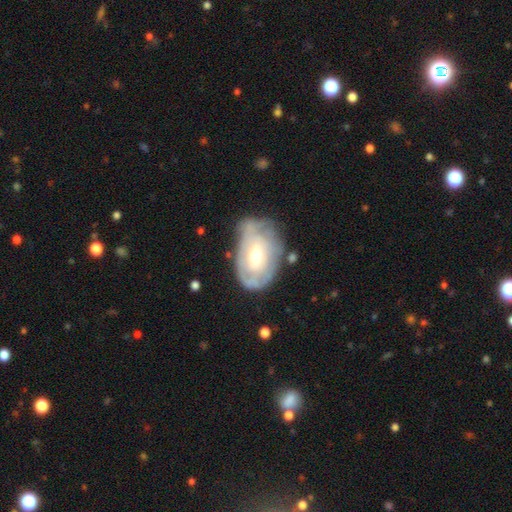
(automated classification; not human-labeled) featured or disk 67%, smooth 27%, star or artifact 6%. Down the decision tree: edge-on disk — no (94%); bar — no (47%); spiral arms — yes (62%); bulge size — moderate (61%); merging — none (53%).